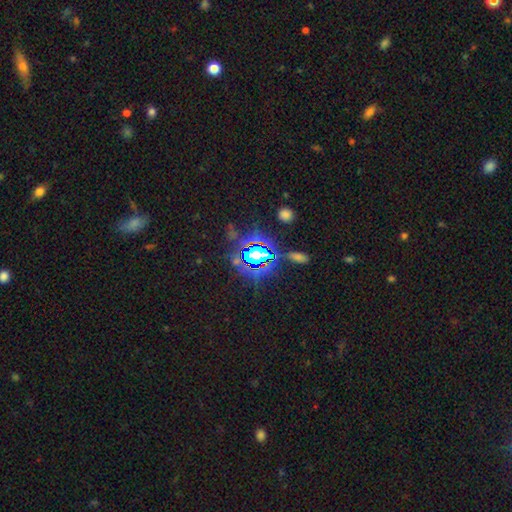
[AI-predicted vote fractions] Smooth or featured?
  - star or artifact: 72% *
  - smooth: 17%
  - featured or disk: 11%